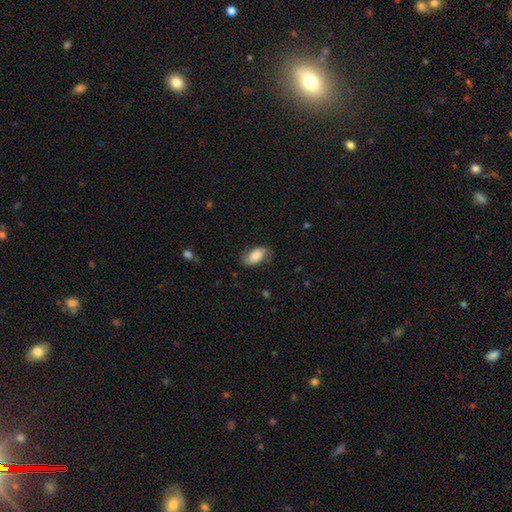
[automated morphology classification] Smooth or featured?
  - smooth: 64% *
  - featured or disk: 28%
  - star or artifact: 7%
How rounded?
  - in between: 92% *
  - round: 6%
  - cigar-shaped: 2%
Merging?
  - none: 70% *
  - minor disturbance: 21%
  - major disturbance: 7%
  - merger: 1%